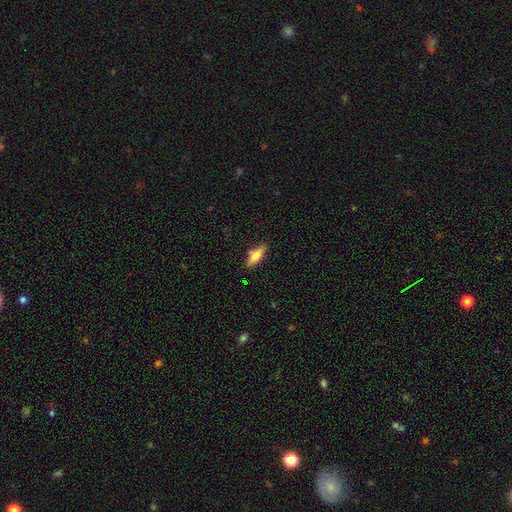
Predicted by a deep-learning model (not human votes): Smooth or featured? smooth (72%)
How rounded? in between (61%)
Merging? none (82%)